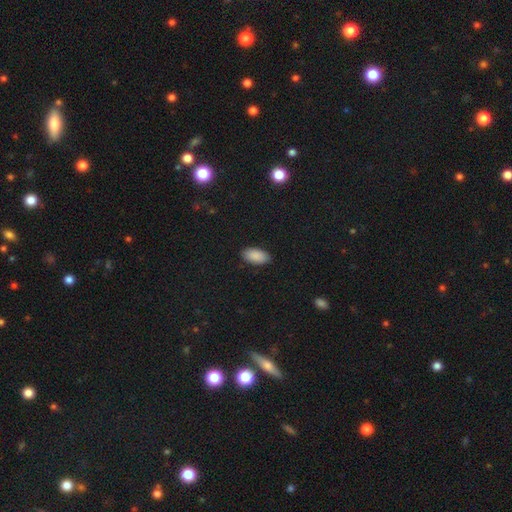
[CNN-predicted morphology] Overall: smooth (89%). How rounded: in between (95%). Merging: none (88%).